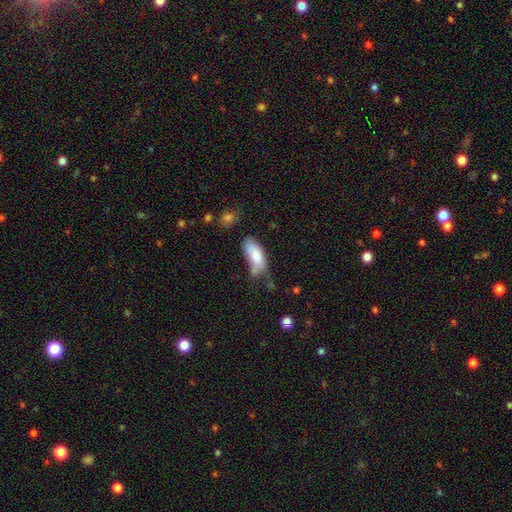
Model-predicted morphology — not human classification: smooth-or-featured: smooth: 76% | featured or disk: 18% | star or artifact: 7%
  how-rounded: in between: 83% | cigar-shaped: 15% | round: 2%
  merging: none: 35% | minor disturbance: 33% | major disturbance: 17% | merger: 14%